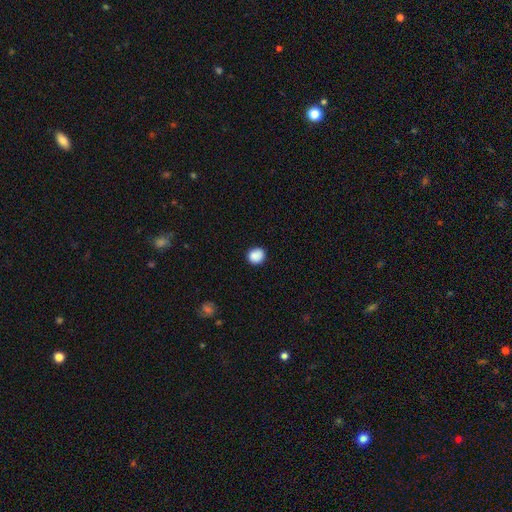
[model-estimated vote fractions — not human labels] A smooth galaxy with no disk features (87%) that is round (86%).

Vote fractions:
- Smooth or featured? smooth: 87% / star or artifact: 9% / featured or disk: 4%
- How rounded? round: 86% / in between: 13% / cigar-shaped: 1%
- Merging? none: 86% / minor disturbance: 11% / major disturbance: 2% / merger: 1%